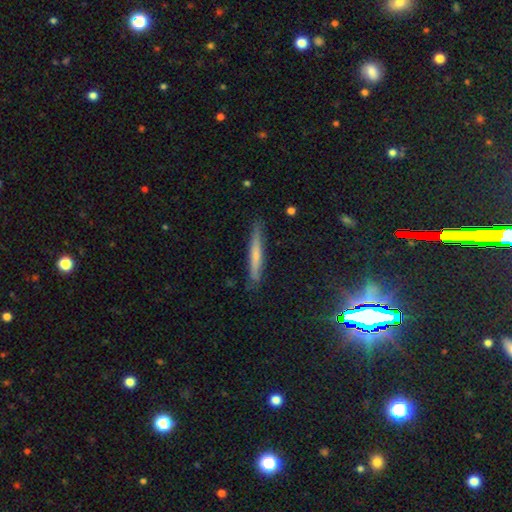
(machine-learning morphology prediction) A smooth galaxy with no disk features (56%) that is cigar-shaped (95%). Merging: none (86%).